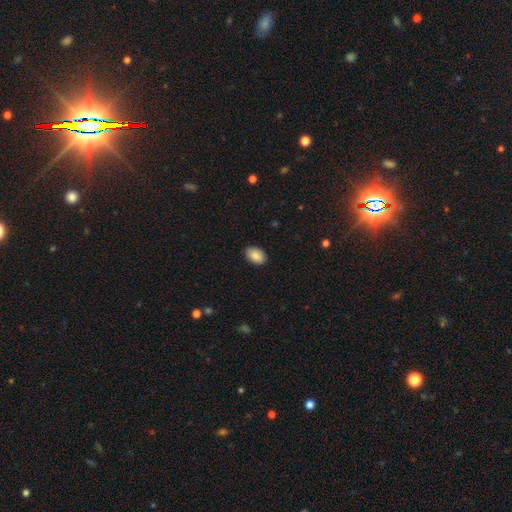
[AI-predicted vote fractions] This is clearly a smooth galaxy (87%). How rounded: clearly in between (87%). Merging: clearly none (88%).